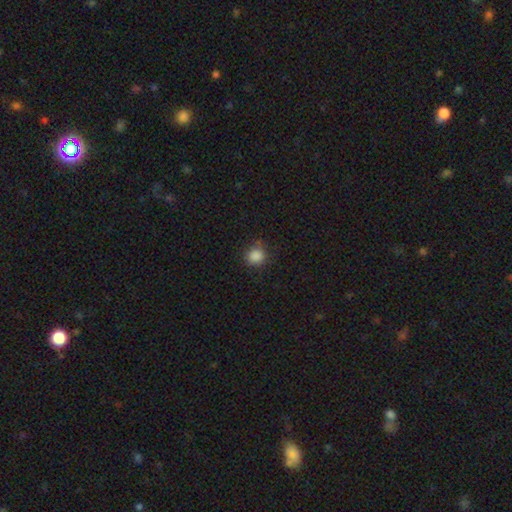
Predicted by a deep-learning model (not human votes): Q: Smooth or featured?
A: smooth (86%); runner-up: star or artifact (11%)
Q: How rounded?
A: round (87%); runner-up: in between (12%)
Q: Merging?
A: none (81%); runner-up: minor disturbance (14%)